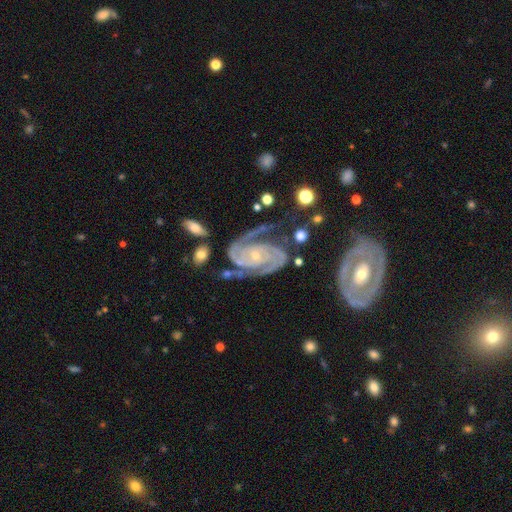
smooth_or_featured: featured or disk (p=0.95) [alt: star or artifact p=0.05]
disk_edge_on: no (p=0.95) [alt: yes p=0.05]
bar: no (p=0.77) [alt: weak p=0.14]
has_spiral_arms: yes (p=1.00)
spiral_winding: tight (p=0.51) [alt: medium p=0.40]
spiral_arm_count: 2 (p=0.94) [alt: 4 p=0.03]
bulge_size: small (p=0.77) [alt: moderate p=0.17]
merging: none (p=0.59) [alt: minor disturbance p=0.19]